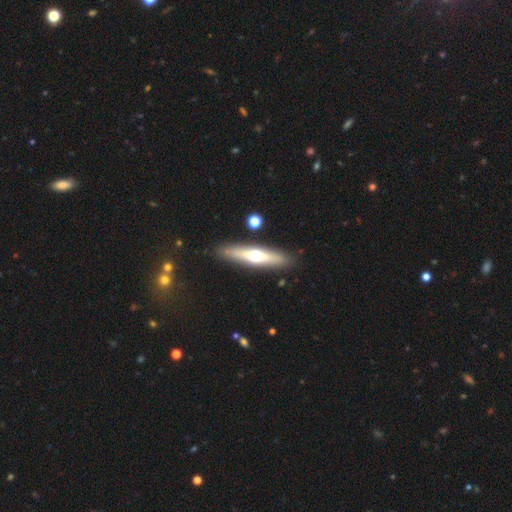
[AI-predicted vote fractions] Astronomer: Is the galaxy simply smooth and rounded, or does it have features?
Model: featured or disk — 49% (runner-up: smooth, 46%).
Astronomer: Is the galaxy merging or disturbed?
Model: none — 87%.